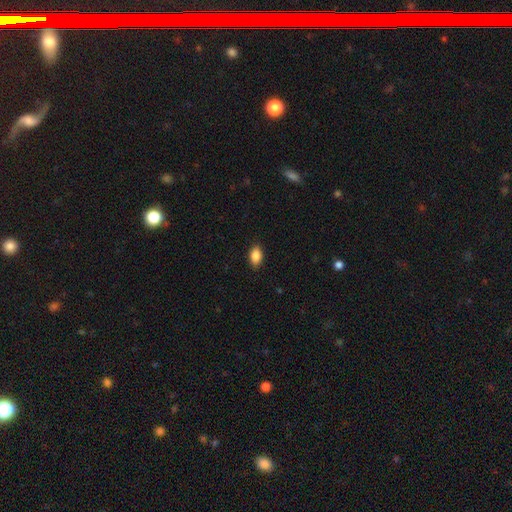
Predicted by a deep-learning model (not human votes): smooth 86%, star or artifact 8%, featured or disk 6%. Down the decision tree: how rounded — in between (88%); merging — none (87%).